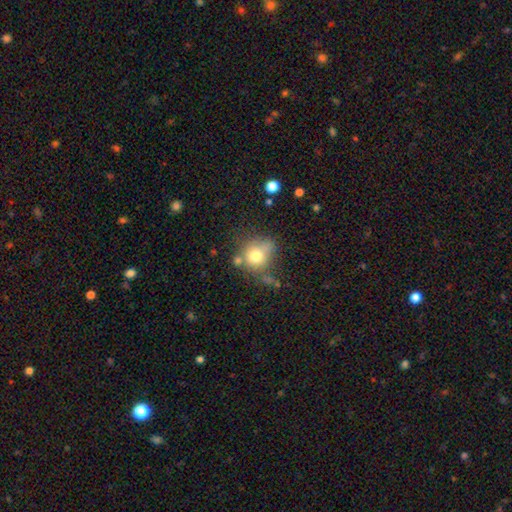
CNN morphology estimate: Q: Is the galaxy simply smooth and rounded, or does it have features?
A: smooth — 73%.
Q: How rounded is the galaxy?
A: round — 77%.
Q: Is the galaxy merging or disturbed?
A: none — 51%.